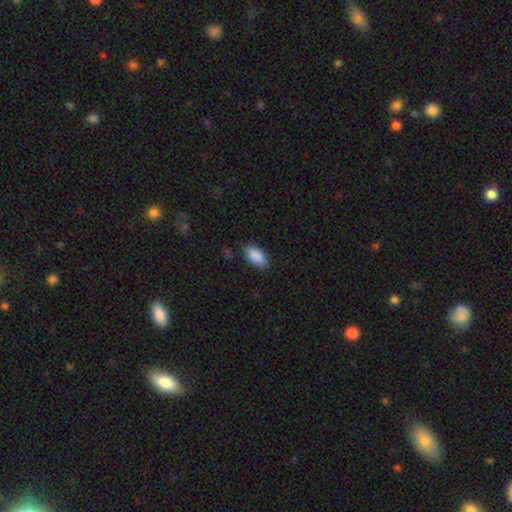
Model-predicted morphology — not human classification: Smooth or featured? Predicted: smooth (p=0.90). How rounded? Predicted: in between (p=0.93). Merging? Predicted: none (p=0.84).